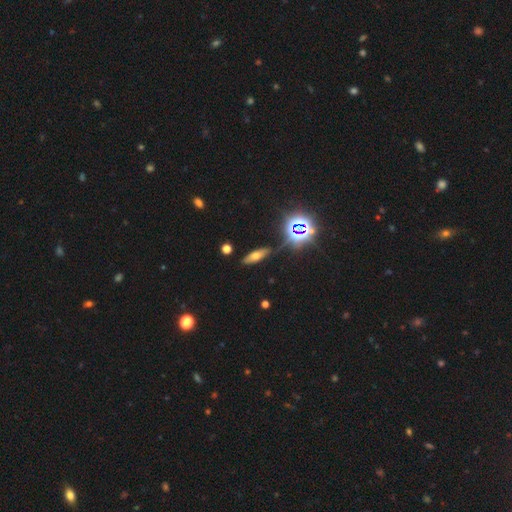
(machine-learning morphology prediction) type=smooth (50%); merging=none (81%).